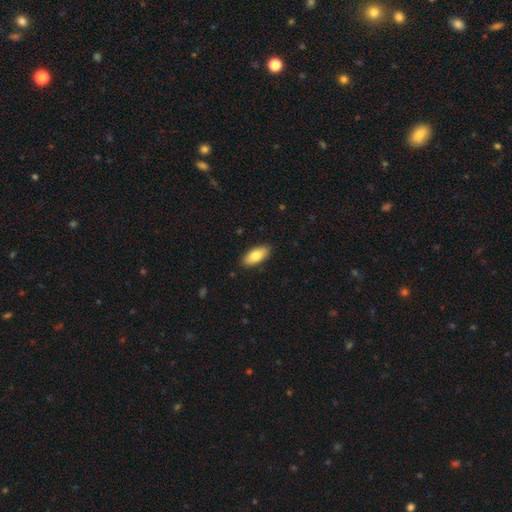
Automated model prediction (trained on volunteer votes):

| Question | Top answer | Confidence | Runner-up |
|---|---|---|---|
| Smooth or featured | smooth | 79% | featured or disk (15%) |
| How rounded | in between | 89% | cigar-shaped (9%) |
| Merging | none | 88% | minor disturbance (9%) |